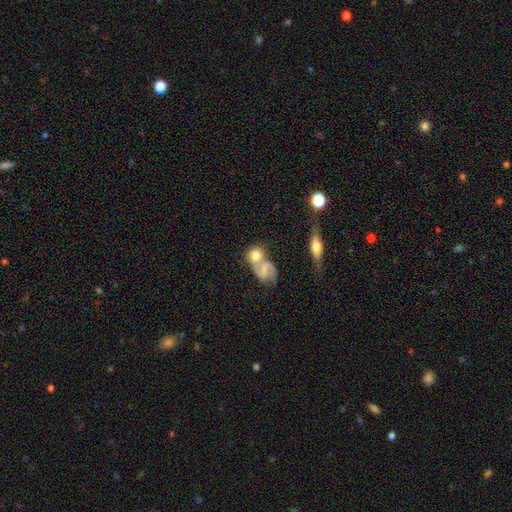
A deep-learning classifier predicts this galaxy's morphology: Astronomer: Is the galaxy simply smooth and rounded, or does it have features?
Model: smooth — 57% (runner-up: featured or disk, 35%).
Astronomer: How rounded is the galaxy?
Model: round — 69%.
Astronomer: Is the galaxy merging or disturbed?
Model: merger — 49% (runner-up: none, 35%).